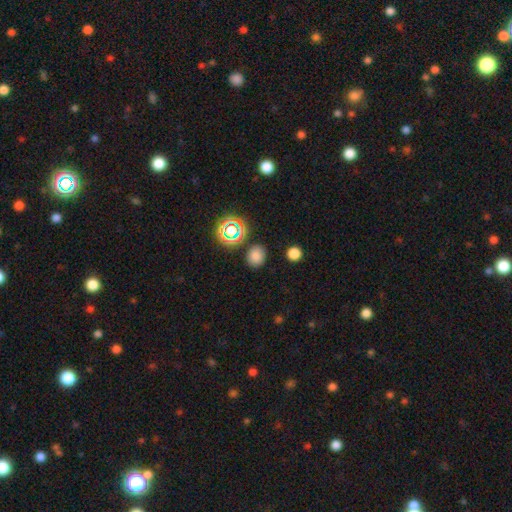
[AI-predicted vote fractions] Q: Smooth or featured?
A: smooth (75%); runner-up: star or artifact (20%)
Q: How rounded?
A: round (64%); runner-up: in between (35%)
Q: Merging?
A: none (84%); runner-up: minor disturbance (10%)